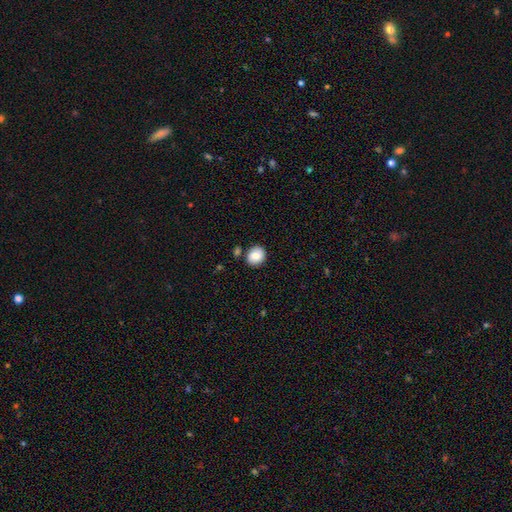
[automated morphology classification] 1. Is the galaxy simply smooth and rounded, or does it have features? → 85% smooth, 8% star or artifact, 7% featured or disk.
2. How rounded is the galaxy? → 71% round, 28% in between, 1% cigar-shaped.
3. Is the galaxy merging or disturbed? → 81% none, 10% minor disturbance, 6% merger, 3% major disturbance.